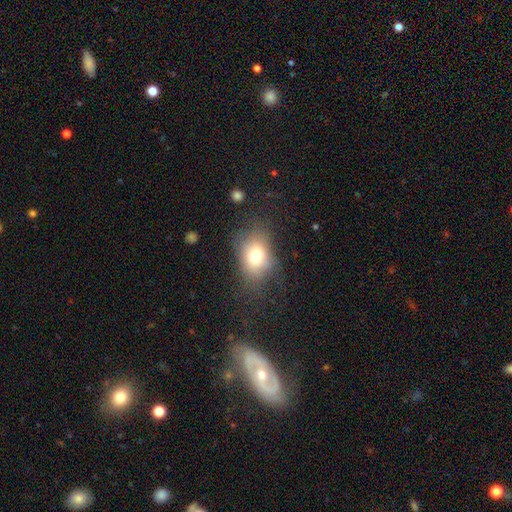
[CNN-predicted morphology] A smooth galaxy with no disk features (72%) that is in between round and cigar-shaped (62%).

Vote fractions:
- Smooth or featured? smooth: 72% / featured or disk: 15% / star or artifact: 13%
- How rounded? in between: 62% / round: 37% / cigar-shaped: 1%
- Merging? none: 62% / minor disturbance: 21% / major disturbance: 15% / merger: 2%